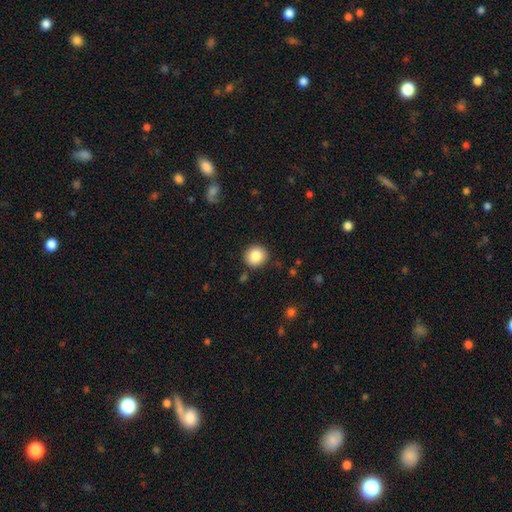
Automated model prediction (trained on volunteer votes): Smooth or featured?
  - smooth: 84% *
  - star or artifact: 9%
  - featured or disk: 7%
How rounded?
  - round: 90% *
  - in between: 9%
  - cigar-shaped: 1%
Merging?
  - none: 89% *
  - minor disturbance: 7%
  - major disturbance: 2%
  - merger: 2%